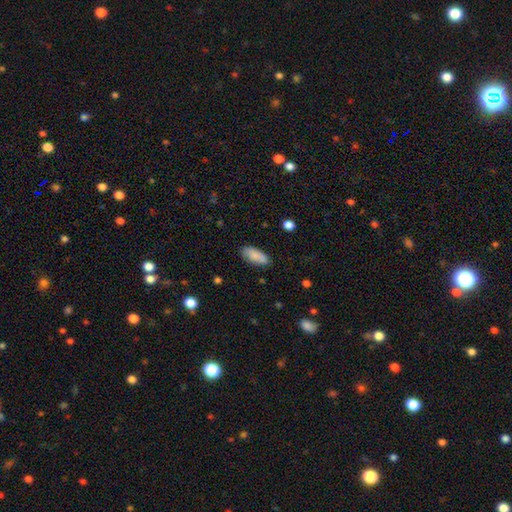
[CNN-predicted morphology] smooth_or_featured: smooth (p=0.86) [alt: featured or disk p=0.08]
how_rounded: in between (p=0.83) [alt: cigar-shaped p=0.15]
merging: none (p=0.81) [alt: minor disturbance p=0.14]